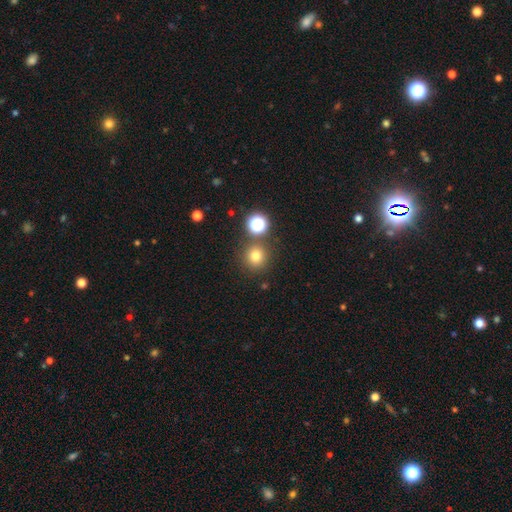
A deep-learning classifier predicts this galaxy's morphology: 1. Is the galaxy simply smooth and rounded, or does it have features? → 75% smooth, 18% star or artifact, 7% featured or disk.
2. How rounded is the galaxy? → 93% round, 6% in between, 1% cigar-shaped.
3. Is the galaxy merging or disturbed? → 82% none, 7% merger, 7% minor disturbance, 3% major disturbance.